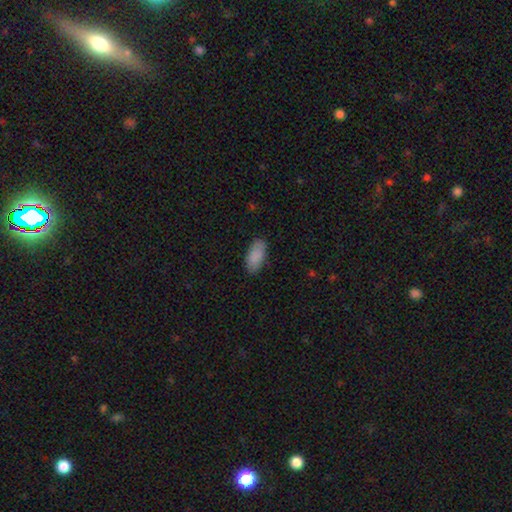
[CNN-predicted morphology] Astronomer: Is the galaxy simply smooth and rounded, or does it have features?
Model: smooth — 88%.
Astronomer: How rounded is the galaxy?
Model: in between — 92%.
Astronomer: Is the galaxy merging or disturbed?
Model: none — 83%.